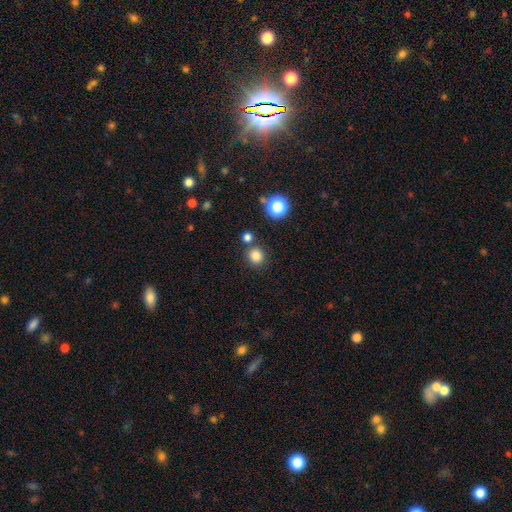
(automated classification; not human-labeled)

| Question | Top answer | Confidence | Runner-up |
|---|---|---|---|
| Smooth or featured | smooth | 82% | star or artifact (14%) |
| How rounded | round | 90% | in between (9%) |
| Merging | none | 80% | merger (10%) |